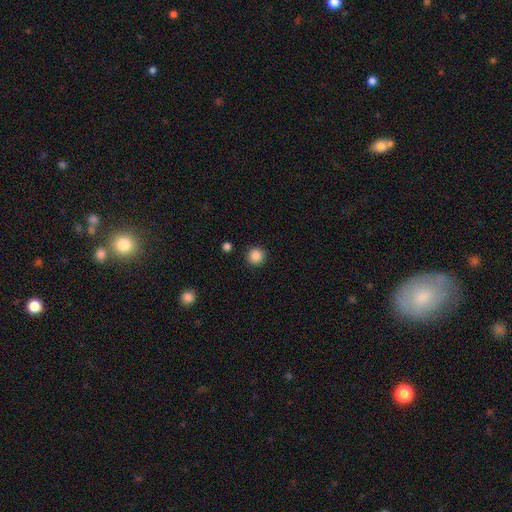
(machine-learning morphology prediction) The model was most divided on "smooth or featured": smooth: 87%, star or artifact: 10%, featured or disk: 3%. More confident: how rounded — round (95%); merging — none (91%).